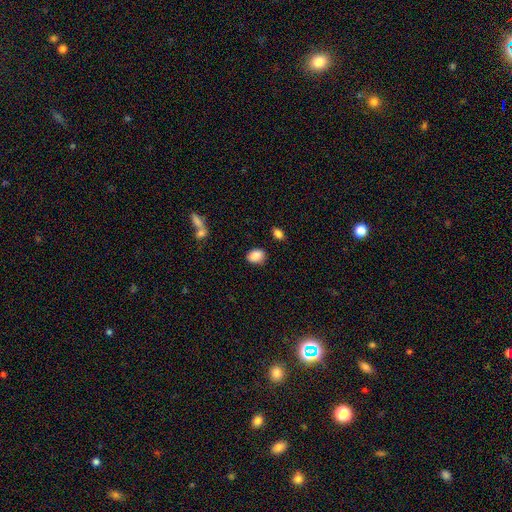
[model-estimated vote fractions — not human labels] A smooth galaxy with no disk features (88%) that is in between round and cigar-shaped (66%).

Vote fractions:
- Smooth or featured? smooth: 88% / star or artifact: 8% / featured or disk: 4%
- How rounded? in between: 66% / round: 33% / cigar-shaped: 1%
- Merging? none: 81% / minor disturbance: 13% / major disturbance: 3% / merger: 3%